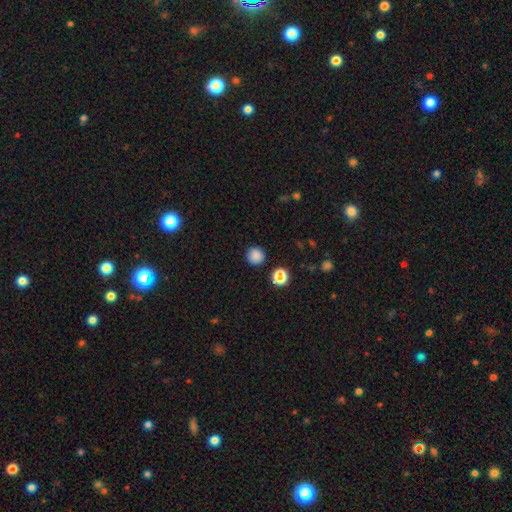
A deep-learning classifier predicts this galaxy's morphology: smooth_or_featured: smooth (p=0.85) [alt: star or artifact p=0.12]
how_rounded: round (p=0.95) [alt: in between p=0.04]
merging: none (p=0.90) [alt: minor disturbance p=0.06]